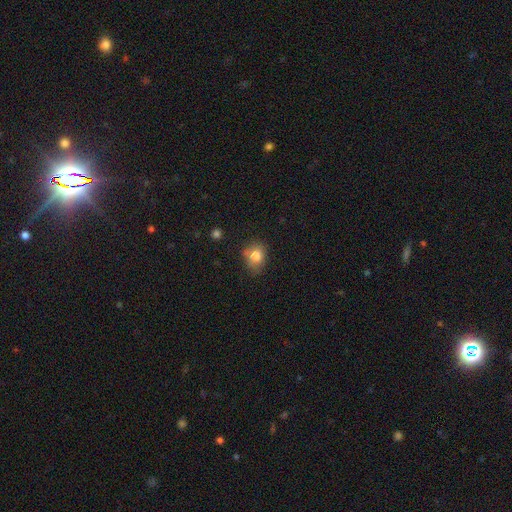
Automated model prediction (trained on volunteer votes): Overall: smooth (80%). How rounded: round (55%; in between 44%). Merging: none (58%; minor disturbance 28%).